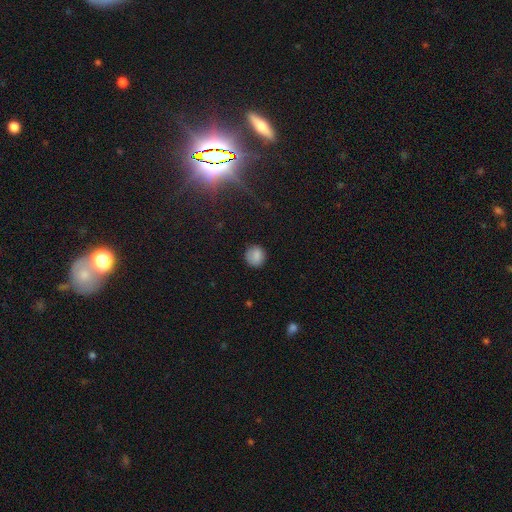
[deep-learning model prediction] smooth-or-featured: smooth: 83% | star or artifact: 10% | featured or disk: 7%
  how-rounded: round: 86% | in between: 13% | cigar-shaped: 1%
  merging: none: 83% | minor disturbance: 13% | major disturbance: 3% | merger: 1%